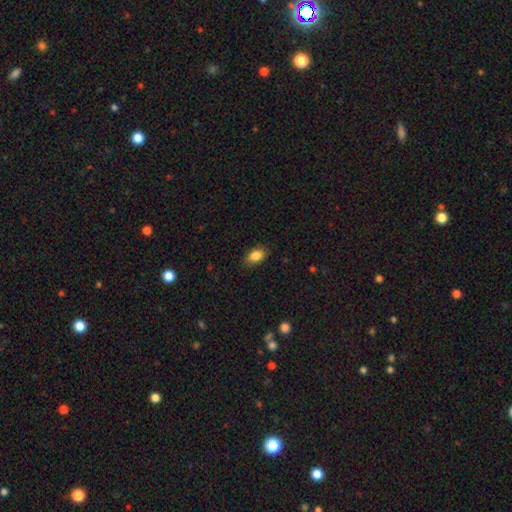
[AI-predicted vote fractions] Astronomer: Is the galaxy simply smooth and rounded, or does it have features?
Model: smooth — 87%.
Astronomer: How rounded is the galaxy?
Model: in between — 89%.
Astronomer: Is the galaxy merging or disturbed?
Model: none — 84%.